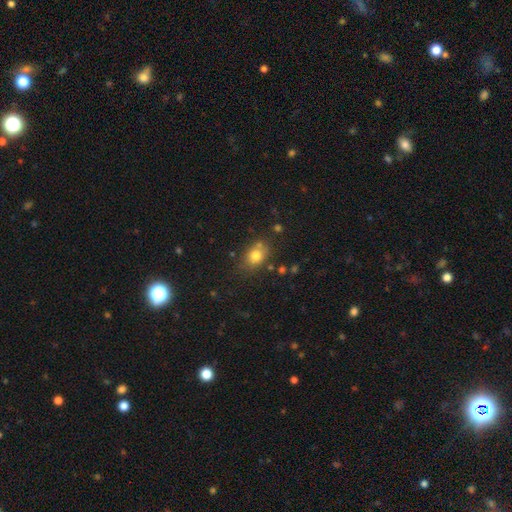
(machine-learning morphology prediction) Smooth or featured? Predicted: smooth (p=0.78). How rounded? Predicted: in between (p=0.57). Merging? Predicted: none (p=0.68).